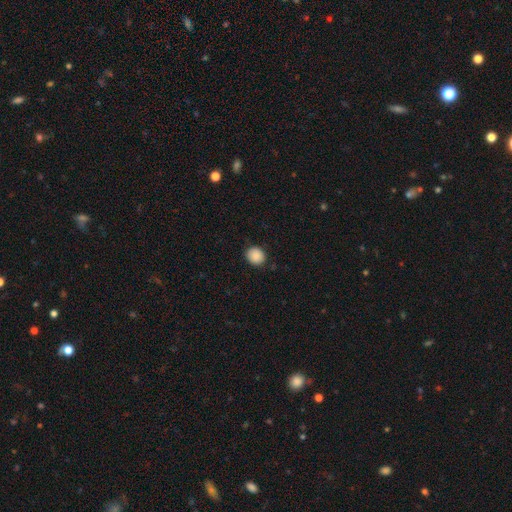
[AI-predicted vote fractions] Q: Smooth or featured?
A: smooth (89%); runner-up: star or artifact (8%)
Q: How rounded?
A: round (73%); runner-up: in between (26%)
Q: Merging?
A: none (87%); runner-up: minor disturbance (9%)